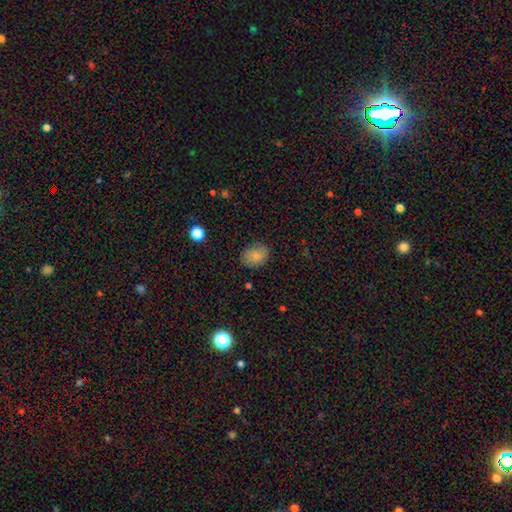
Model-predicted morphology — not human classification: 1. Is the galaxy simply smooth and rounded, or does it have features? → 84% smooth, 9% star or artifact, 7% featured or disk.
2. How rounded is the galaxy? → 64% in between, 35% round, 1% cigar-shaped.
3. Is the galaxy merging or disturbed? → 84% none, 12% minor disturbance, 3% major disturbance, 1% merger.